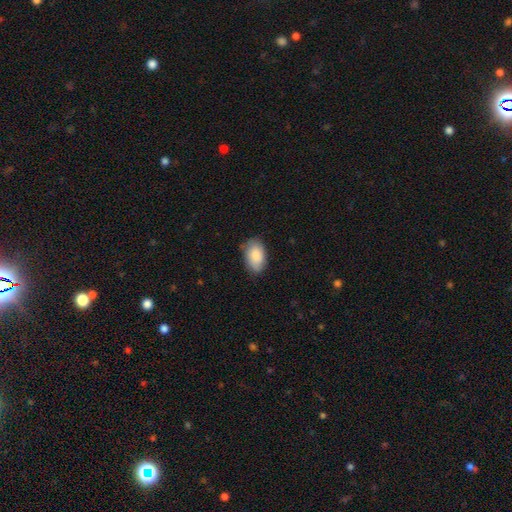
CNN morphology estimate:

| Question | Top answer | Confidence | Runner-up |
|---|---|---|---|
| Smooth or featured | smooth | 86% | featured or disk (8%) |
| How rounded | in between | 93% | round (6%) |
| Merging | none | 76% | minor disturbance (20%) |